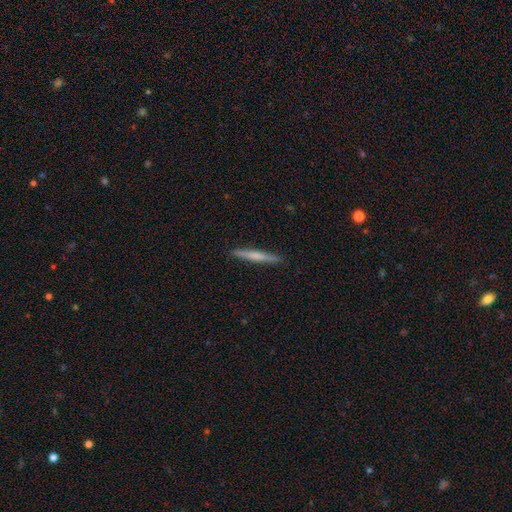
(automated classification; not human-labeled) smooth 54%, featured or disk 41%, star or artifact 5%. Down the decision tree: how rounded — cigar-shaped (96%); merging — none (92%).